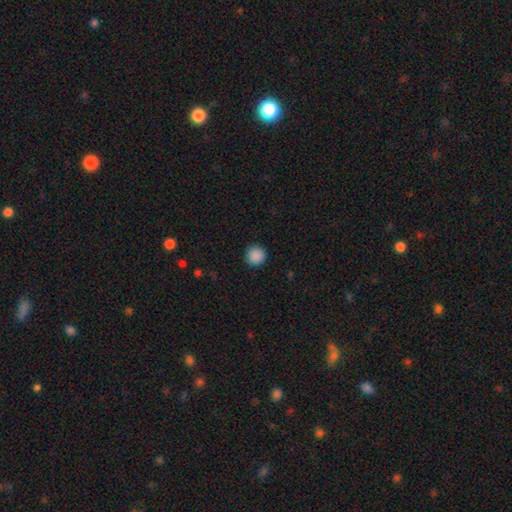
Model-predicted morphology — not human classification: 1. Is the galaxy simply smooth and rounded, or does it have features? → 89% smooth, 9% star or artifact, 2% featured or disk.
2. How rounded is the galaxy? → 96% round, 4% in between, 1% cigar-shaped.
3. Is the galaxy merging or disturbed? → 92% none, 6% minor disturbance, 2% major disturbance, 1% merger.